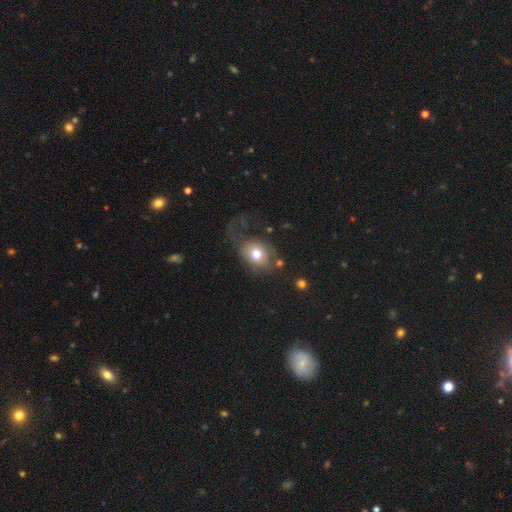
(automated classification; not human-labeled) This appears to be a smooth galaxy with no disk features (65%) that is round (55%). Merging: major disturbance (42%).